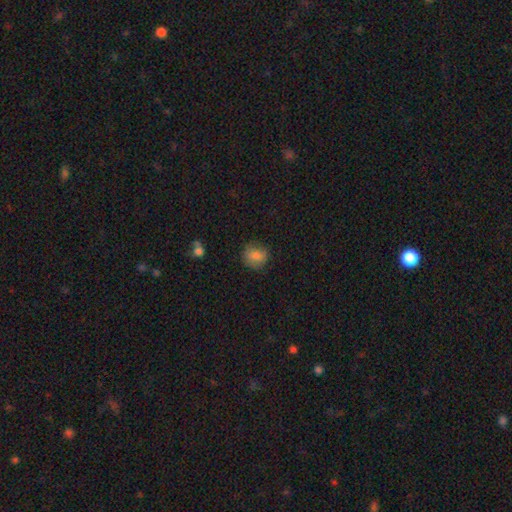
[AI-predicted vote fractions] Morphology: type=smooth (82%); roundness=round (76%); merging=none (80%).